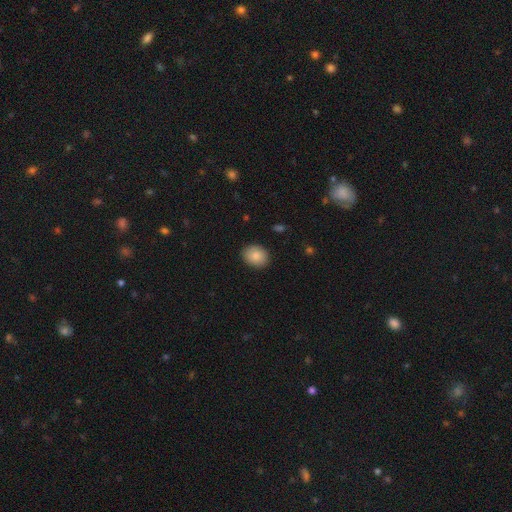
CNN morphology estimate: A smooth galaxy with no disk features (87%) that is in between round and cigar-shaped (51%).

Vote fractions:
- Smooth or featured? smooth: 87% / star or artifact: 7% / featured or disk: 6%
- How rounded? in between: 51% / round: 48% / cigar-shaped: 1%
- Merging? none: 88% / minor disturbance: 8% / major disturbance: 2% / merger: 1%